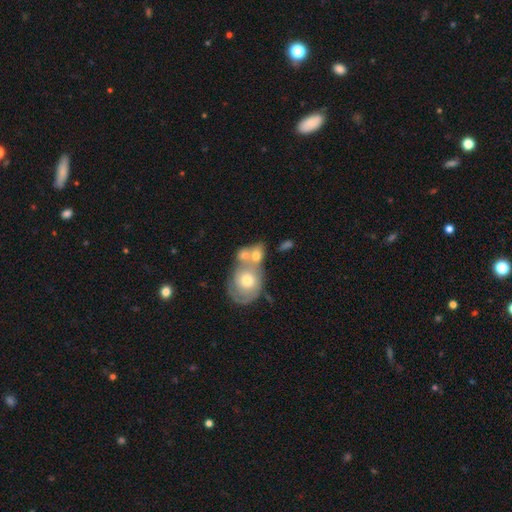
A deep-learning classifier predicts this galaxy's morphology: smooth_or_featured: smooth (p=0.56) [alt: featured or disk p=0.35]
how_rounded: in between (p=0.52) [alt: round p=0.45]
merging: merger (p=0.63) [alt: none p=0.21]